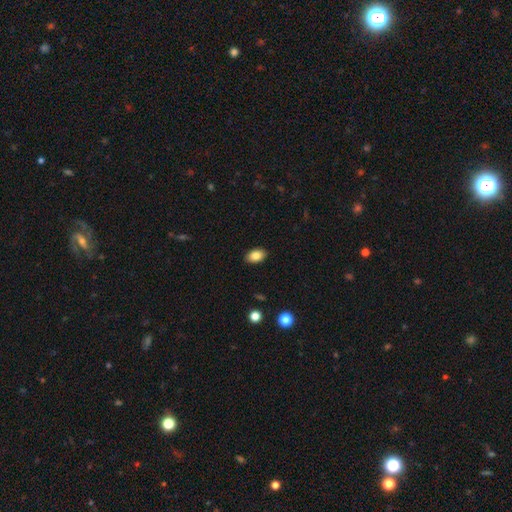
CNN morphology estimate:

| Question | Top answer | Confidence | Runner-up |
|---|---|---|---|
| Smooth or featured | smooth | 85% | star or artifact (8%) |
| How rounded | in between | 88% | round (11%) |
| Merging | none | 89% | minor disturbance (8%) |